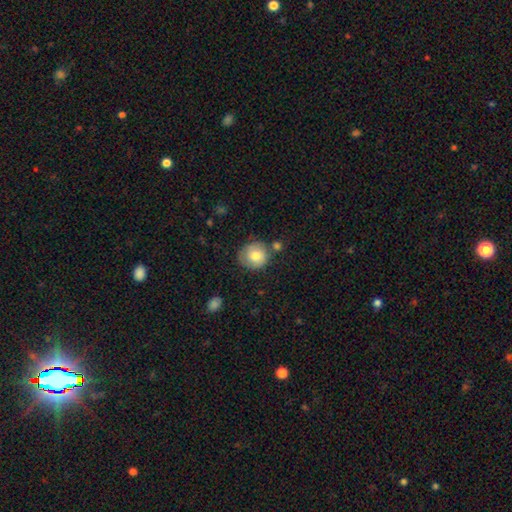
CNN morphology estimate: smooth 75%, featured or disk 18%, star or artifact 8%. Down the decision tree: how rounded — round (87%); merging — none (69%).